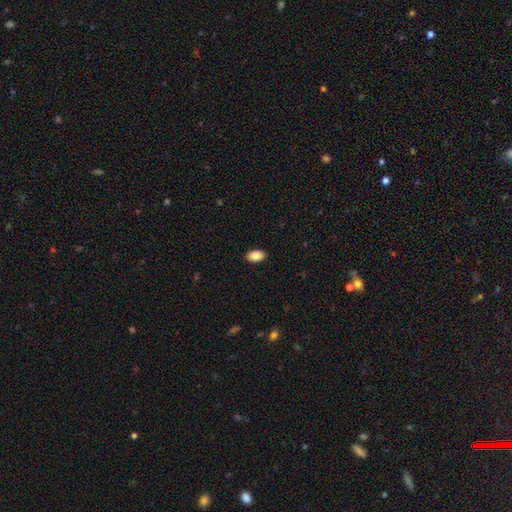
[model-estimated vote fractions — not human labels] Smooth or featured? Predicted: smooth (p=0.87). How rounded? Predicted: in between (p=0.93). Merging? Predicted: none (p=0.90).